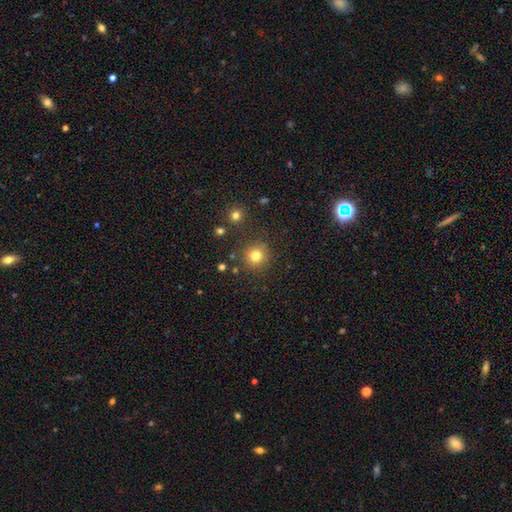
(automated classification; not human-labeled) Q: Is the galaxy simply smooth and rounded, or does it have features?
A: smooth — 79%.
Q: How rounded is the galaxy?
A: round — 93%.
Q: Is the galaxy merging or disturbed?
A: none — 86%.